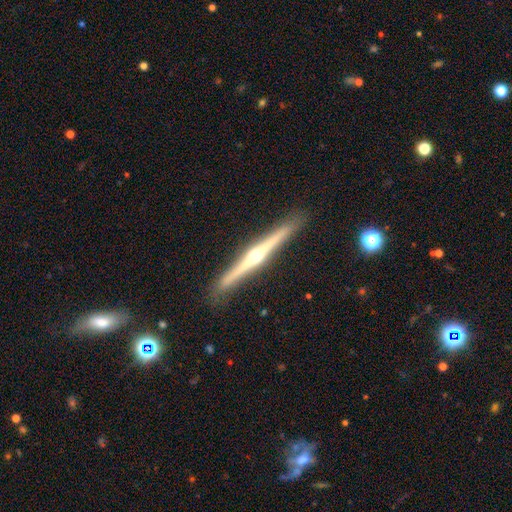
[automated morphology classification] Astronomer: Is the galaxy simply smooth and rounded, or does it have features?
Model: featured or disk — 83%.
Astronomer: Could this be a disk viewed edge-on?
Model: yes — 98%.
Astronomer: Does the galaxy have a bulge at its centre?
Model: rounded — 93%.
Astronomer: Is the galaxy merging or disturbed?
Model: none — 91%.